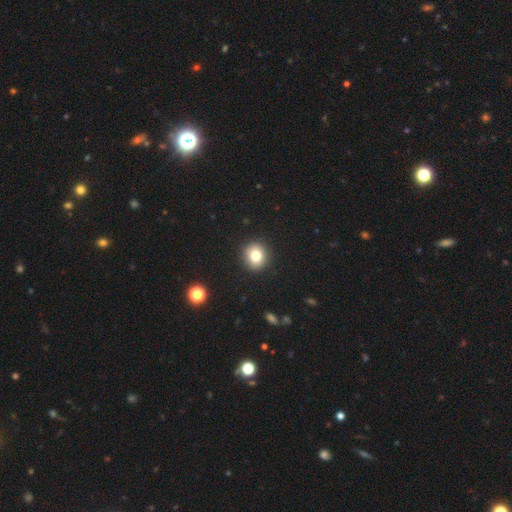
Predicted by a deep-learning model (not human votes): Morphology: type=smooth (79%); roundness=round (85%); merging=none (91%).